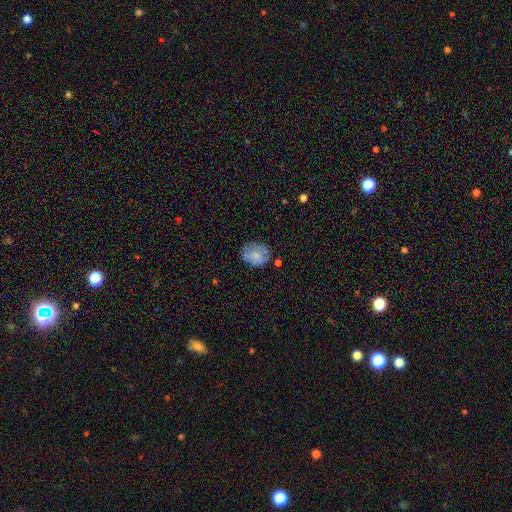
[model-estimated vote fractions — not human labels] A smooth galaxy with no disk features (67%) that is in between round and cigar-shaped (51%). Merging: none (64%).